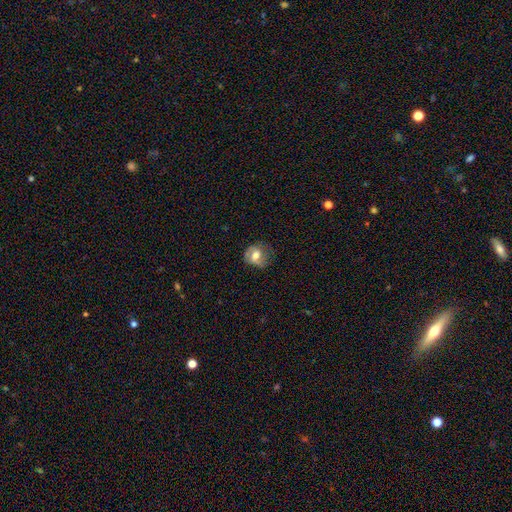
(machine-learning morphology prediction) Smooth or featured: smooth — 48% (featured or disk — 44%)
Merging: none — 59% (minor disturbance — 25%)